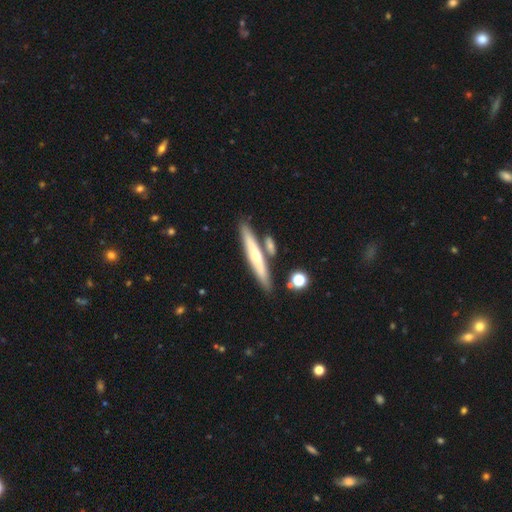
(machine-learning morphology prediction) The model was most divided on "smooth or featured": featured or disk: 51%, smooth: 43%, star or artifact: 6%. More confident: edge-on disk — yes (91%); merging — none (77%).